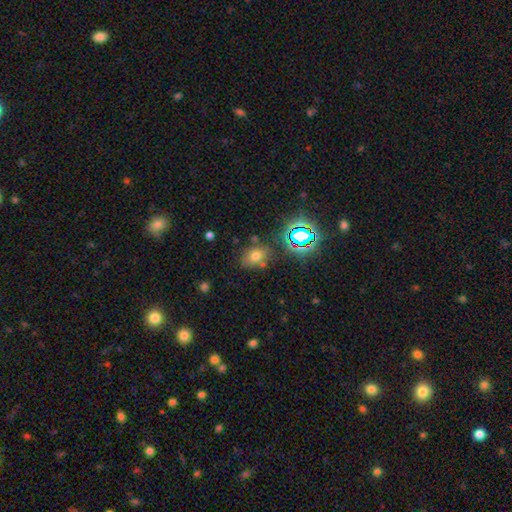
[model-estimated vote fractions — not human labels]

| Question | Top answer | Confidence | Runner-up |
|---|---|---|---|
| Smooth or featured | smooth | 63% | star or artifact (25%) |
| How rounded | in between | 67% | round (32%) |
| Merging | none | 73% | minor disturbance (15%) |